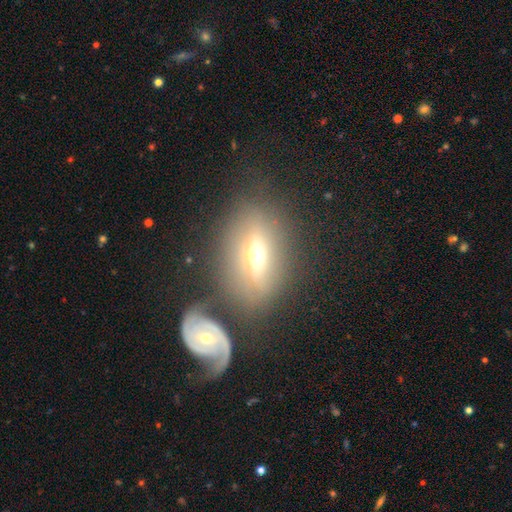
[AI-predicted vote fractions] Overall: featured or disk (55%; smooth 36%). Edge-on disk: no (68%; yes 32%). Merging: none (63%).